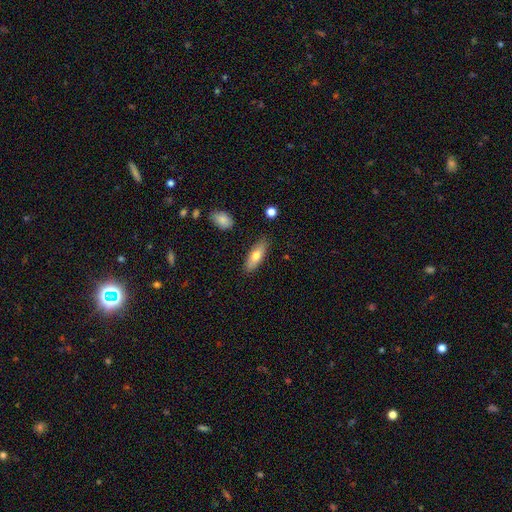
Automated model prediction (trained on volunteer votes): The model was most divided on "how rounded": in between: 68%, cigar-shaped: 30%, round: 3%. More confident: merging — none (84%); smooth or featured — smooth (72%).